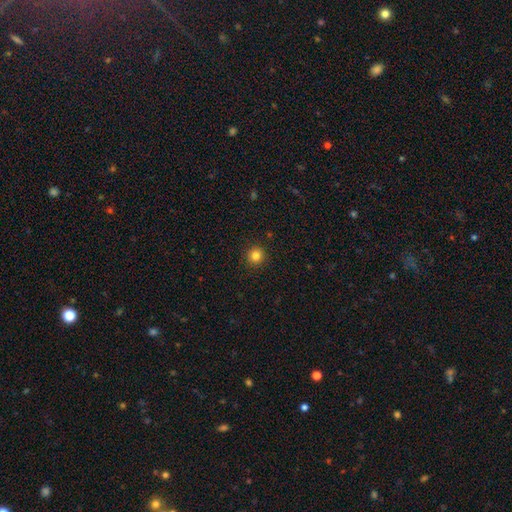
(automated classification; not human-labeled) Morphology: type=smooth (83%); roundness=round (94%); merging=none (92%).